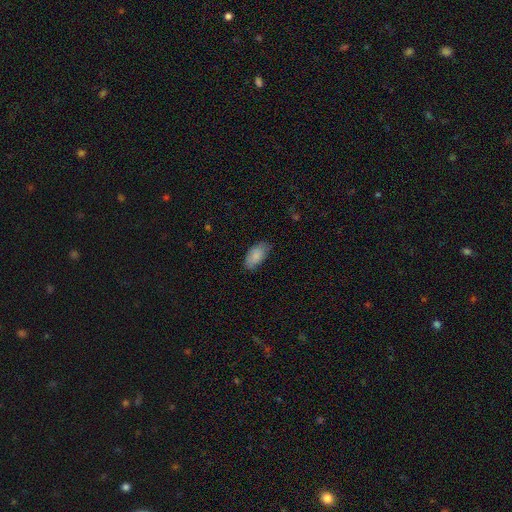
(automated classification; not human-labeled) Overall: smooth (87%). How rounded: in between (93%). Merging: none (75%).